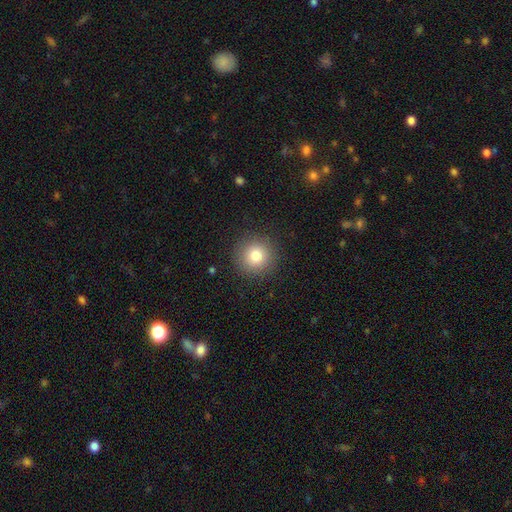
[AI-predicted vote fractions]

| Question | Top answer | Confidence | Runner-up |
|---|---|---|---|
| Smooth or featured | smooth | 81% | star or artifact (11%) |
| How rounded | round | 95% | in between (4%) |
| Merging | none | 90% | minor disturbance (6%) |